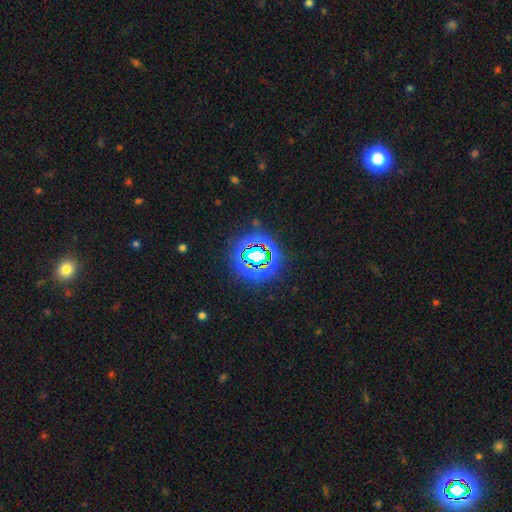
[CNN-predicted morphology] star or artifact 71%, smooth 17%, featured or disk 12%.